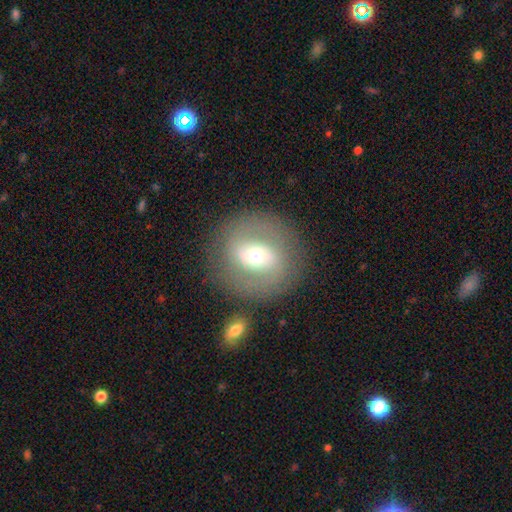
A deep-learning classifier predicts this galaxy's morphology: Overall: featured or disk (58%; smooth 34%). Edge-on disk: no (95%). Bar: no (38%; weak 36%). Spiral arms: yes (53%; no 47%). Bulge size: moderate (53%; small 38%). Merging: none (81%).